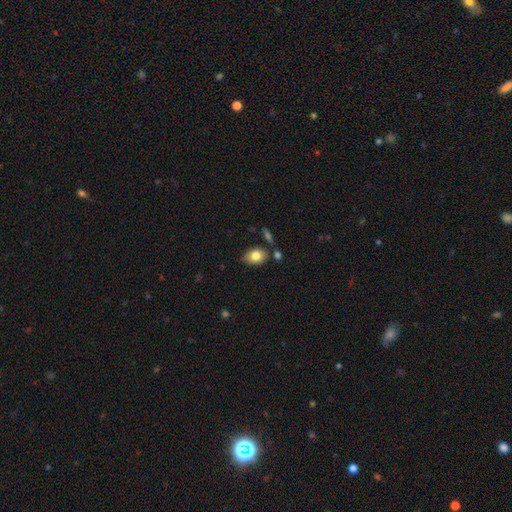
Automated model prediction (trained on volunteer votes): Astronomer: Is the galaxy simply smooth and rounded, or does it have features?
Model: smooth — 78%.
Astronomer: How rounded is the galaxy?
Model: in between — 77%.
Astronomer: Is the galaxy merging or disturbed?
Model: none — 65%.